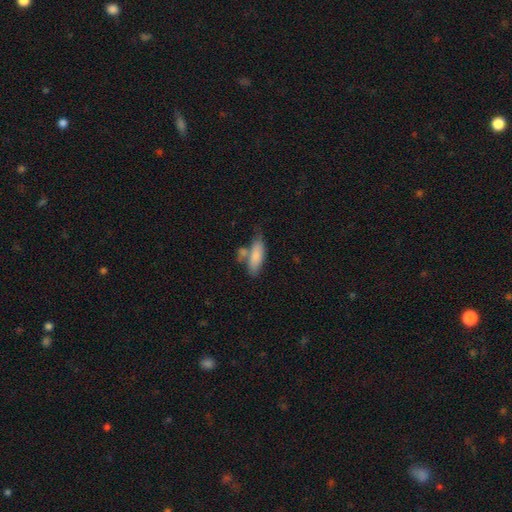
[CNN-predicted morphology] smooth-or-featured: smooth: 79% | featured or disk: 15% | star or artifact: 6%
  how-rounded: in between: 58% | cigar-shaped: 39% | round: 2%
  merging: none: 48% | merger: 26% | minor disturbance: 19% | major disturbance: 7%